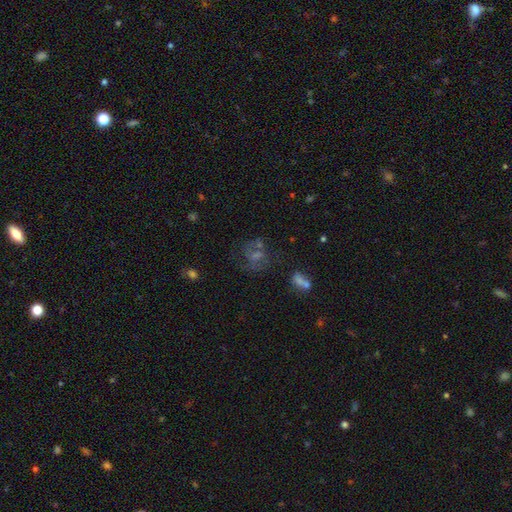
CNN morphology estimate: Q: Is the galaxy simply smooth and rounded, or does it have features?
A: featured or disk — 37%.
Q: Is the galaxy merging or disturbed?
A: none — 58%.